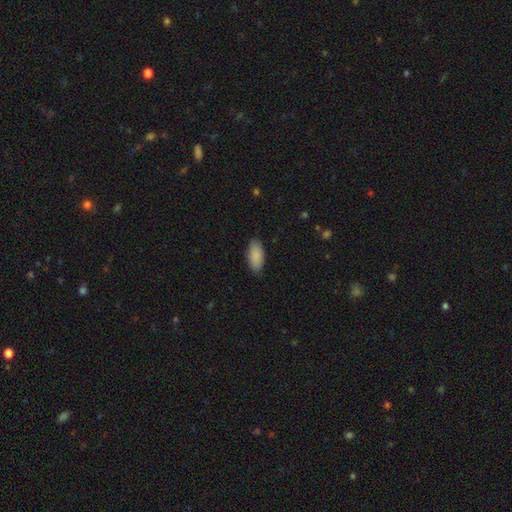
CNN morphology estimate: smooth 89%, star or artifact 6%, featured or disk 5%. Down the decision tree: how rounded — in between (91%); merging — none (85%).